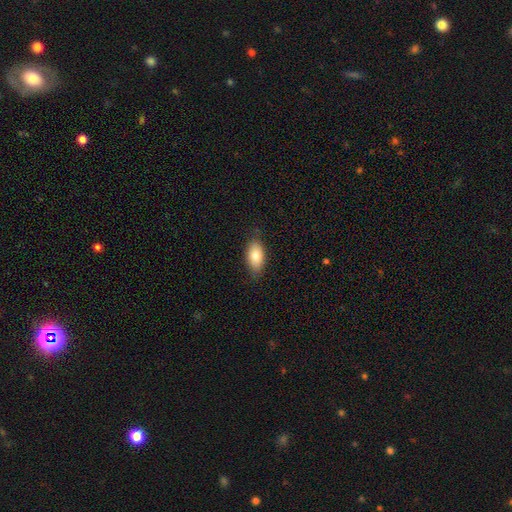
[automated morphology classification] A smooth galaxy with no disk features (81%) that is in between round and cigar-shaped (91%).

Vote fractions:
- Smooth or featured? smooth: 81% / featured or disk: 12% / star or artifact: 7%
- How rounded? in between: 91% / cigar-shaped: 4% / round: 4%
- Merging? none: 80% / minor disturbance: 16% / major disturbance: 3% / merger: 1%